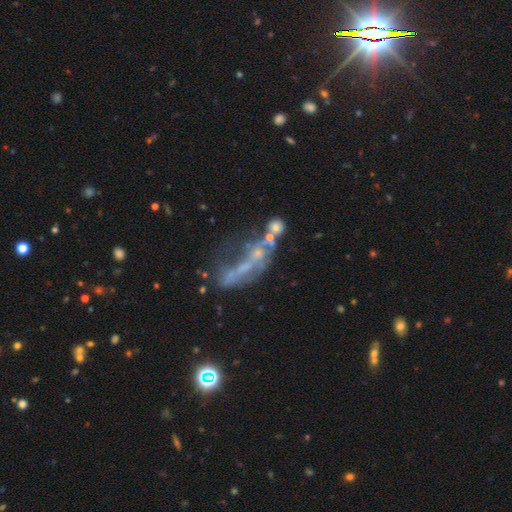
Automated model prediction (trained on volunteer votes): Smooth or featured: featured or disk — 59% (smooth — 24%)
Edge-on disk: no — 87% (yes — 13%)
Bar: no — 79% (weak — 13%)
Spiral arms: no — 84% (yes — 16%)
Bulge size: none — 52% (small — 30%)
Merging: major disturbance — 32% (merger — 31%)